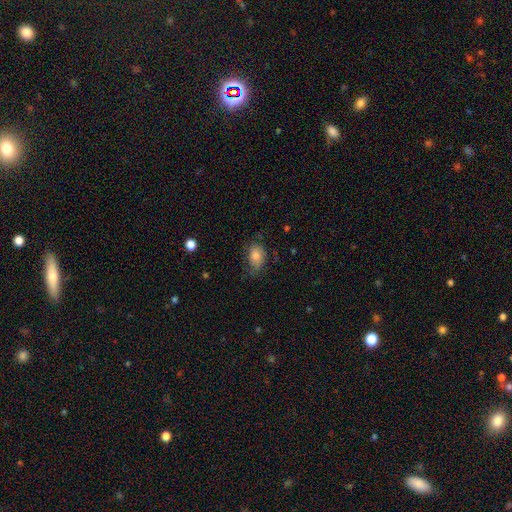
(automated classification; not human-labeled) Smooth or featured: smooth — 75% (featured or disk — 16%)
How rounded: in between — 83% (round — 15%)
Merging: none — 61% (minor disturbance — 26%)